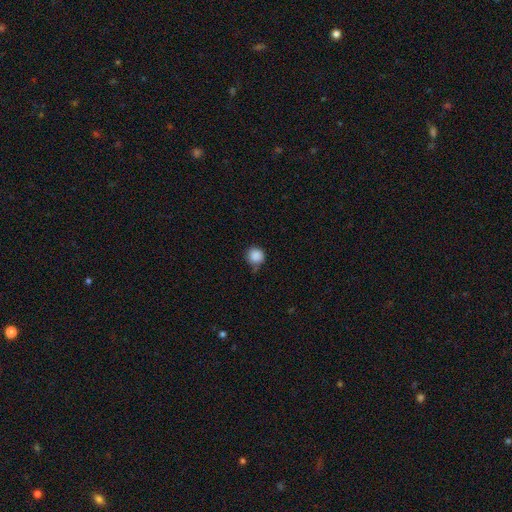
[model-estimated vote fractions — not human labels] This appears to be a smooth galaxy with no disk features (87%) that is round (92%). Merging: none (69%).